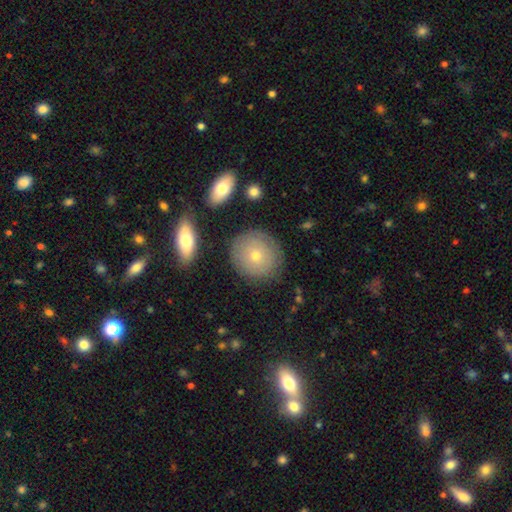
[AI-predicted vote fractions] smooth 65%, featured or disk 26%, star or artifact 9%. Down the decision tree: how rounded — round (83%); merging — none (82%).